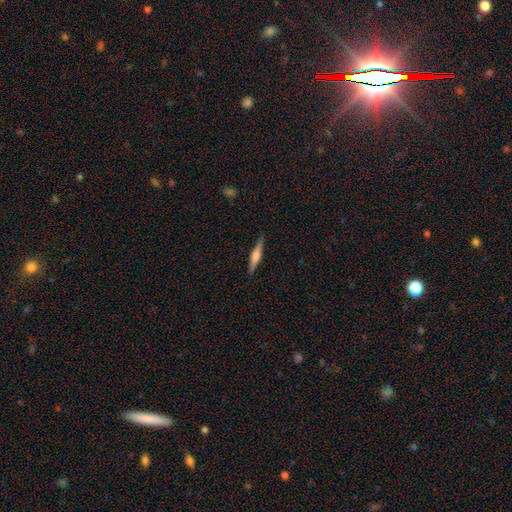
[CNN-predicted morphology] Smooth or featured: featured or disk — 62% (smooth — 32%)
Edge-on disk: yes — 98% (no — 2%)
Edge-on bulge: rounded — 75% (boxy — 18%)
Merging: none — 90% (minor disturbance — 7%)